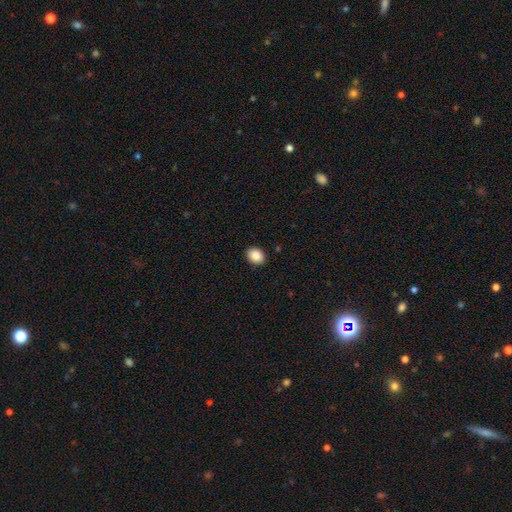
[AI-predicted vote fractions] Overall: smooth (89%). How rounded: in between (57%; round 42%). Merging: none (91%).